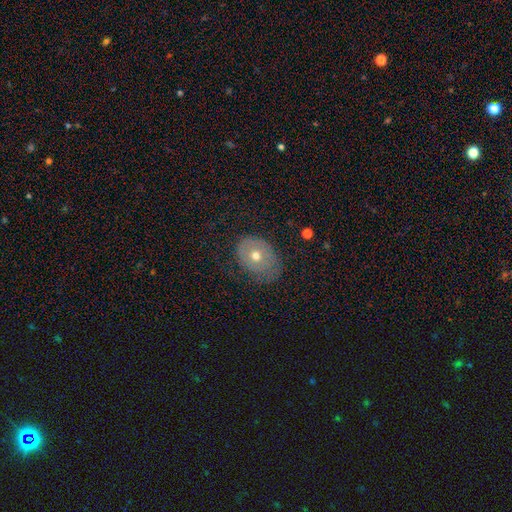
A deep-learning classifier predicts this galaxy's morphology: The model was most divided on "smooth or featured": smooth: 50%, featured or disk: 41%, star or artifact: 9%. More confident: merging — none (57%).